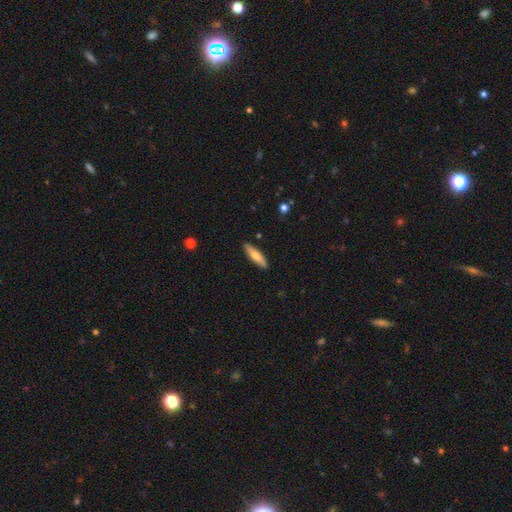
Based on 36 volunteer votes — Smooth or featured? 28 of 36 (78%) said smooth. How rounded? 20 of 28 (71%) said cigar-shaped. Merging? 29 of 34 (85%) said none.